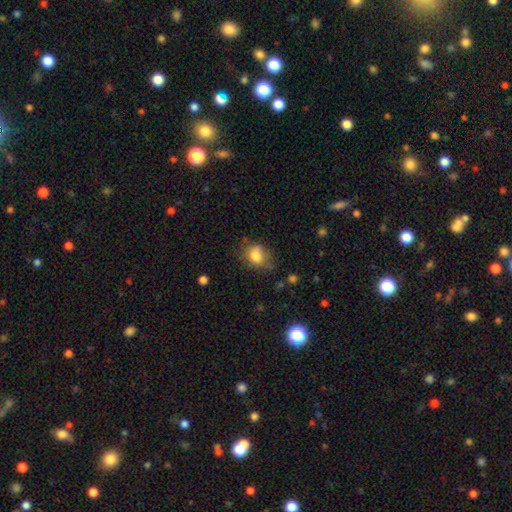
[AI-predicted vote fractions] smooth 79%, featured or disk 12%, star or artifact 10%. Down the decision tree: how rounded — in between (53%); merging — none (57%).